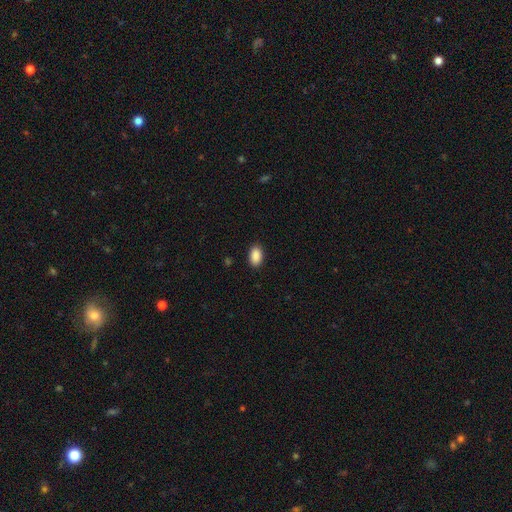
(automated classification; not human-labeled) Morphology: type=smooth (90%); roundness=in between (92%); merging=none (89%).